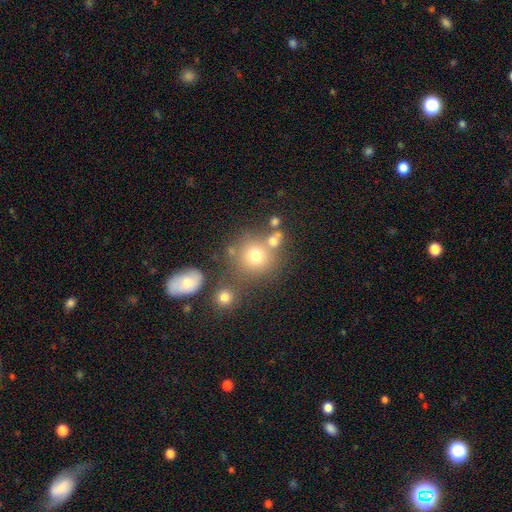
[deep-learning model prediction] Smooth or featured?
  - smooth: 72% *
  - star or artifact: 16%
  - featured or disk: 12%
How rounded?
  - round: 87% *
  - in between: 12%
  - cigar-shaped: 1%
Merging?
  - none: 63% *
  - merger: 20%
  - minor disturbance: 11%
  - major disturbance: 5%